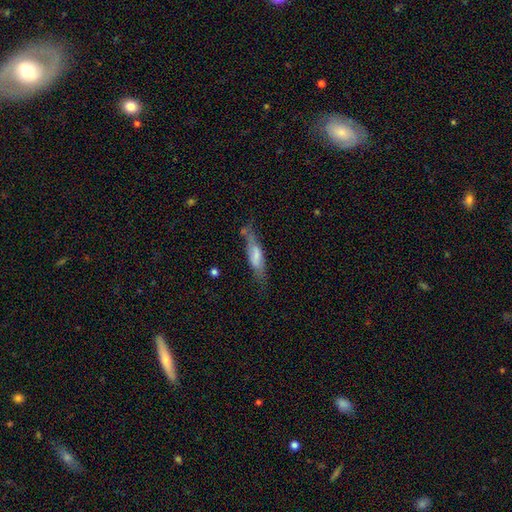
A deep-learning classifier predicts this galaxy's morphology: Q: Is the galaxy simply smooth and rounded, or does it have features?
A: smooth — 57%.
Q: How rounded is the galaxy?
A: cigar-shaped — 63%.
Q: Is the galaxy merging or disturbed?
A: none — 53%.